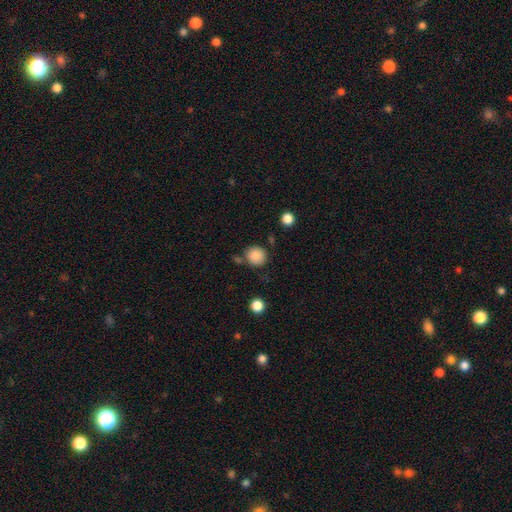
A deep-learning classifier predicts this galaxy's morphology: Smooth or featured? Predicted: smooth (p=0.86). How rounded? Predicted: round (p=0.90). Merging? Predicted: none (p=0.76).